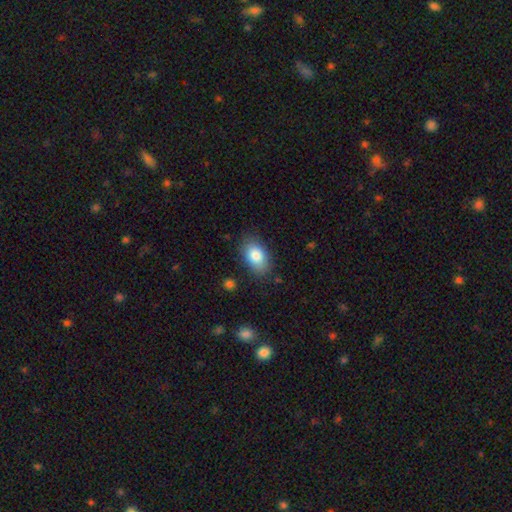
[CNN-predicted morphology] smooth-or-featured: smooth: 83% | featured or disk: 10% | star or artifact: 7%
  how-rounded: in between: 90% | round: 8% | cigar-shaped: 2%
  merging: none: 81% | minor disturbance: 14% | major disturbance: 4% | merger: 2%